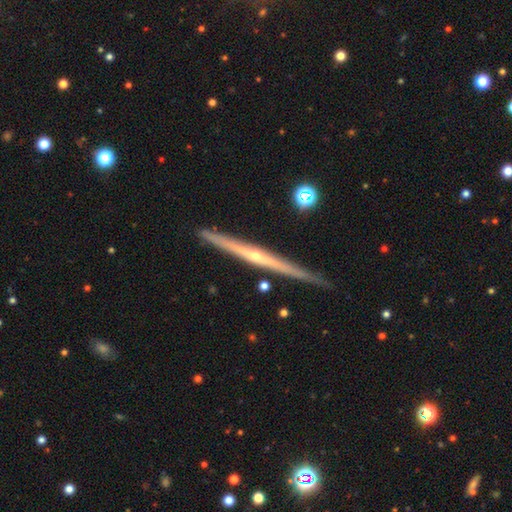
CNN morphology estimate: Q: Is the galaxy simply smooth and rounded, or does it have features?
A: featured or disk — 81%.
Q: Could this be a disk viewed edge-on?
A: yes — 98%.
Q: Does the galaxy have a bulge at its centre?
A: rounded — 64%.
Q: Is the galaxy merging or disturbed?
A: none — 88%.